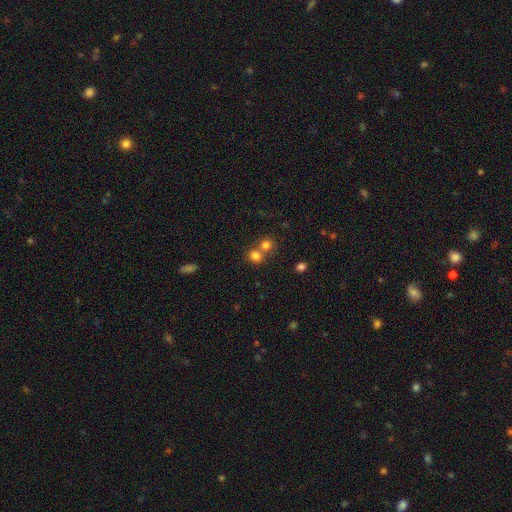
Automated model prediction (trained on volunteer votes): Q: Smooth or featured?
A: smooth (78%); runner-up: star or artifact (14%)
Q: How rounded?
A: round (74%); runner-up: in between (25%)
Q: Merging?
A: merger (48%); runner-up: none (43%)